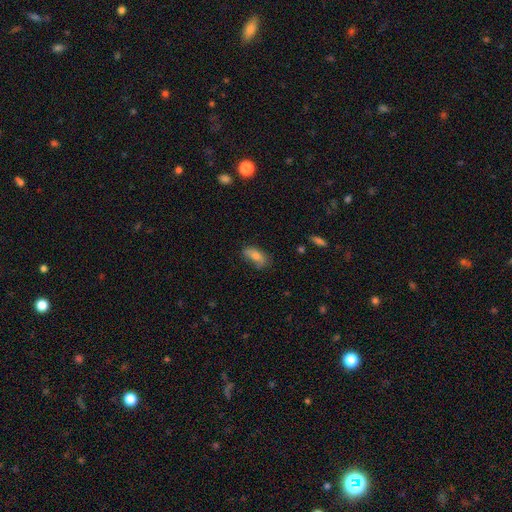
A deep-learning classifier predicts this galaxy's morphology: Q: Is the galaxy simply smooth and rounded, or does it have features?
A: smooth — 73%.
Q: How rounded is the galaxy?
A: in between — 83%.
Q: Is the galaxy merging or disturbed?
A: none — 58%.